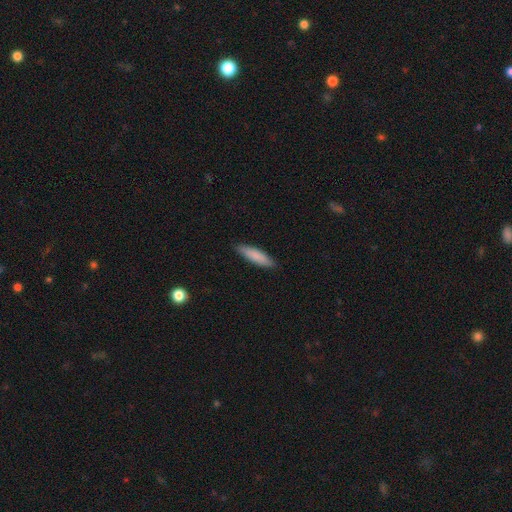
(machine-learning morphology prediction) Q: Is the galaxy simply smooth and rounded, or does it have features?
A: smooth — 85%.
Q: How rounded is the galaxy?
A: cigar-shaped — 70%.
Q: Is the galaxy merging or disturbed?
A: none — 88%.